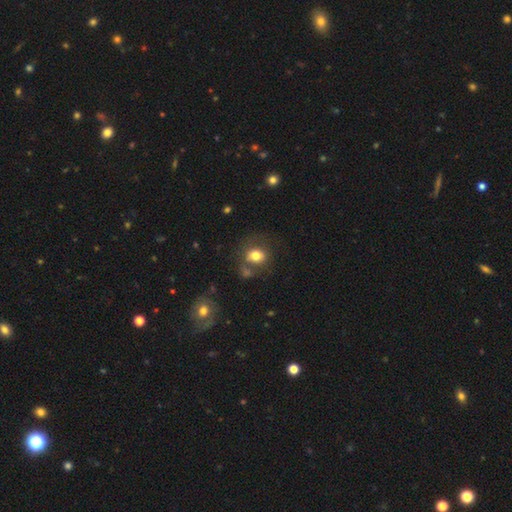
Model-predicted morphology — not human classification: A smooth galaxy with no disk features (75%) that is round (57%).

Vote fractions:
- Smooth or featured? smooth: 75% / featured or disk: 15% / star or artifact: 10%
- How rounded? round: 57% / in between: 42% / cigar-shaped: 1%
- Merging? none: 59% / minor disturbance: 17% / merger: 14% / major disturbance: 10%